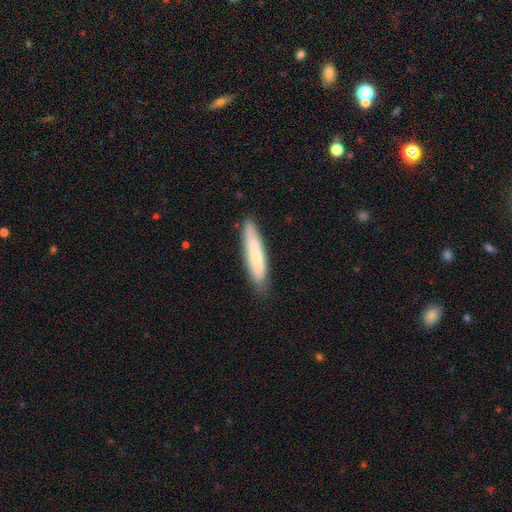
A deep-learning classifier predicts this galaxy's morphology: Smooth or featured?
  - smooth: 71% *
  - featured or disk: 24%
  - star or artifact: 6%
How rounded?
  - cigar-shaped: 83% *
  - in between: 16%
  - round: 1%
Merging?
  - none: 83% *
  - minor disturbance: 13%
  - major disturbance: 2%
  - merger: 1%